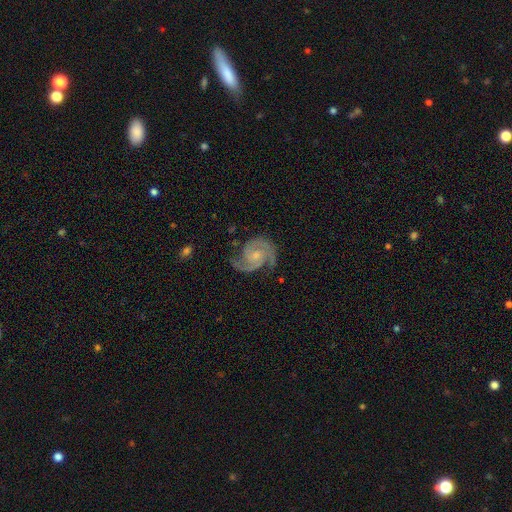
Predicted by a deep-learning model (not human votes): This appears to be a featured or disk galaxy (92%) with no bar (63%), 2 (81%) medium (50%) spiral arms (99%) and a small central bulge (58%). Merging: none (74%).